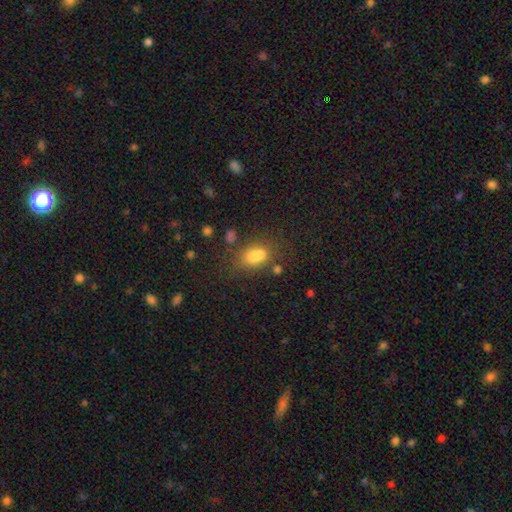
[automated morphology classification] type=smooth (71%); roundness=in between (75%); merging=none (51%).